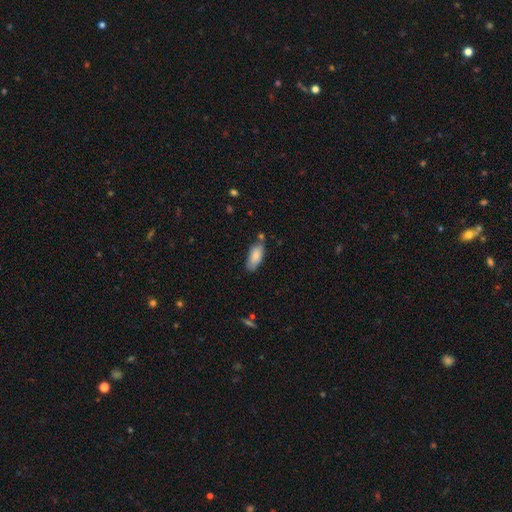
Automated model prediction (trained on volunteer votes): Morphology: type=smooth (83%); roundness=in between (82%); merging=none (67%).